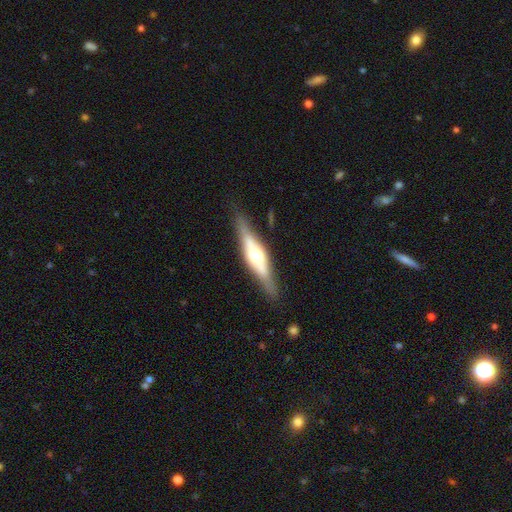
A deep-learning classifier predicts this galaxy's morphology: smooth-or-featured: featured or disk: 67% | smooth: 27% | star or artifact: 6%
  disk-edge-on: yes: 93% | no: 7%
    edge-on-bulge: rounded: 87% | boxy: 10% | none: 3%
  merging: none: 84% | minor disturbance: 12% | major disturbance: 3% | merger: 1%